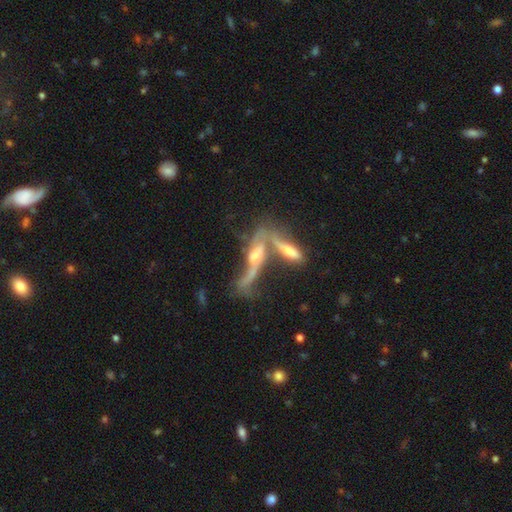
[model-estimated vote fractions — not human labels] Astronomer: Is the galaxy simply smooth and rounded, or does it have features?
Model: featured or disk — 72%.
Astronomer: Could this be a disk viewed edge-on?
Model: yes — 54% (runner-up: no, 46%).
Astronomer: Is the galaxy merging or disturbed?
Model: merger — 55%.